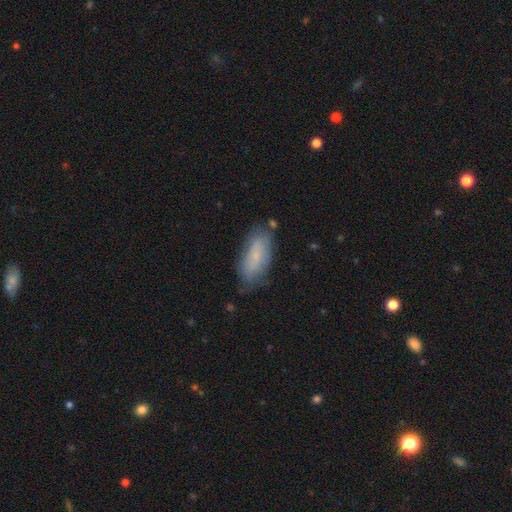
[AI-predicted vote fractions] A smooth galaxy with no disk features (71%) that is in between round and cigar-shaped (82%).

Vote fractions:
- Smooth or featured? smooth: 71% / featured or disk: 22% / star or artifact: 7%
- How rounded? in between: 82% / cigar-shaped: 16% / round: 2%
- Merging? none: 68% / minor disturbance: 23% / major disturbance: 6% / merger: 3%